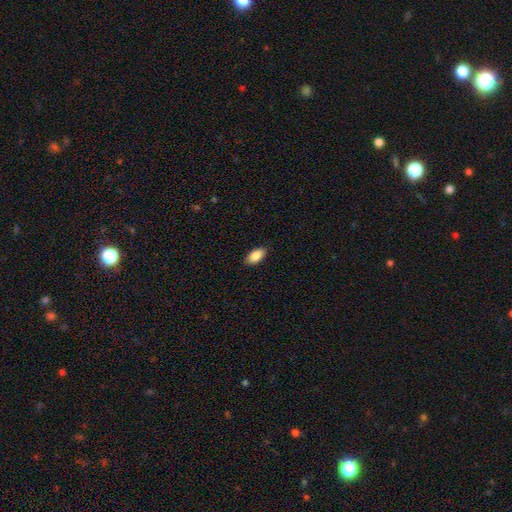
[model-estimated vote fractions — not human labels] Q: Smooth or featured?
A: smooth (88%); runner-up: star or artifact (7%)
Q: How rounded?
A: in between (92%); runner-up: cigar-shaped (4%)
Q: Merging?
A: none (87%); runner-up: minor disturbance (10%)